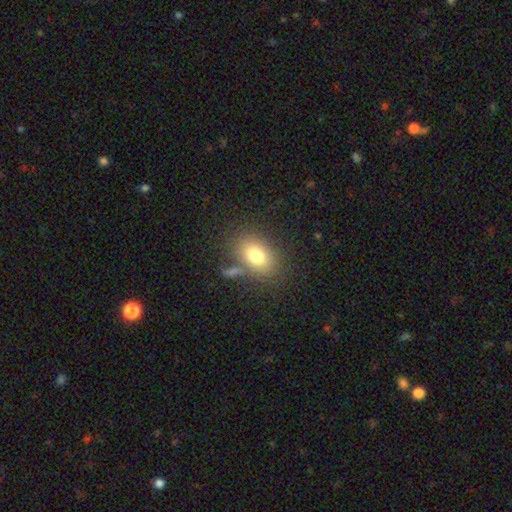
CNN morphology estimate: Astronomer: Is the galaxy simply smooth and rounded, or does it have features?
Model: smooth — 77%.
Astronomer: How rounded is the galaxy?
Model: in between — 77%.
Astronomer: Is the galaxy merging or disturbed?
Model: none — 72%.